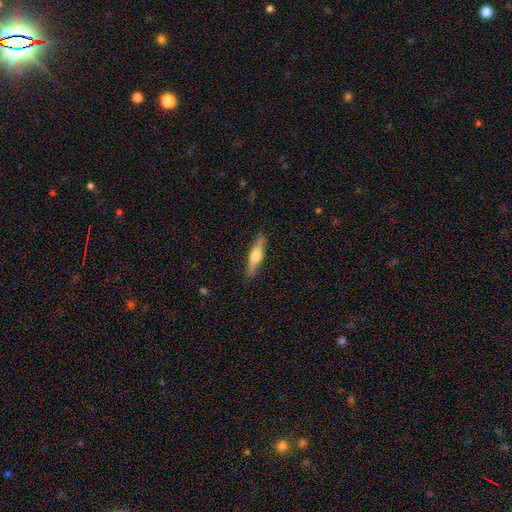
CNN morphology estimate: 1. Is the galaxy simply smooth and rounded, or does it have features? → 57% featured or disk, 37% smooth, 6% star or artifact.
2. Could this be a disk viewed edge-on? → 95% yes, 5% no.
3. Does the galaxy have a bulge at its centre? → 93% rounded, 5% boxy, 3% none.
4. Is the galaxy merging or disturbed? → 89% none, 8% minor disturbance, 2% major disturbance, 1% merger.